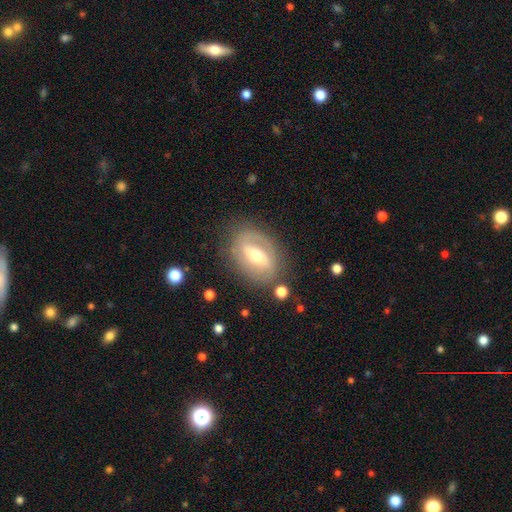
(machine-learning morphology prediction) Q: Smooth or featured?
A: featured or disk (70%); runner-up: smooth (24%)
Q: Edge-on disk?
A: no (93%); runner-up: yes (7%)
Q: Bar?
A: strong (44%); runner-up: weak (37%)
Q: Spiral arms?
A: yes (67%); runner-up: no (33%)
Q: Bulge size?
A: moderate (66%); runner-up: small (27%)
Q: Merging?
A: none (75%); runner-up: minor disturbance (15%)